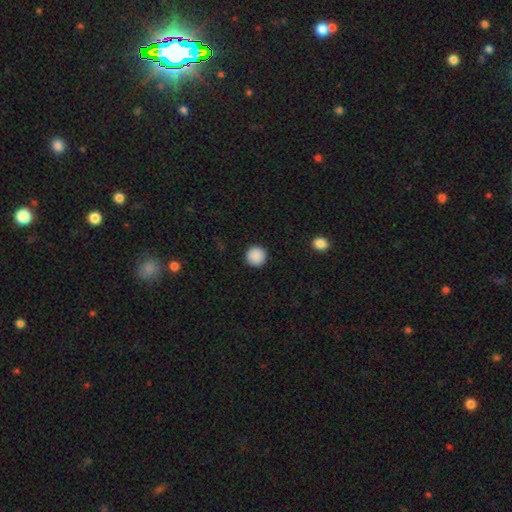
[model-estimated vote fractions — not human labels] smooth-or-featured: smooth: 90% | star or artifact: 8% | featured or disk: 2%
  how-rounded: round: 96% | in between: 3% | cigar-shaped: 1%
  merging: none: 93% | minor disturbance: 4% | major disturbance: 2% | merger: 1%